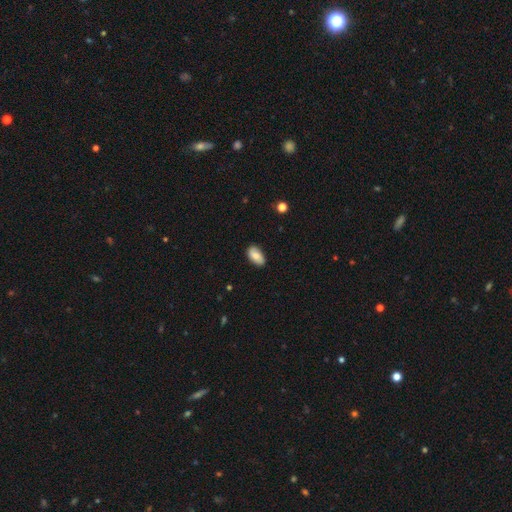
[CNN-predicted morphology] type=smooth (79%); roundness=in between (94%); merging=none (83%).